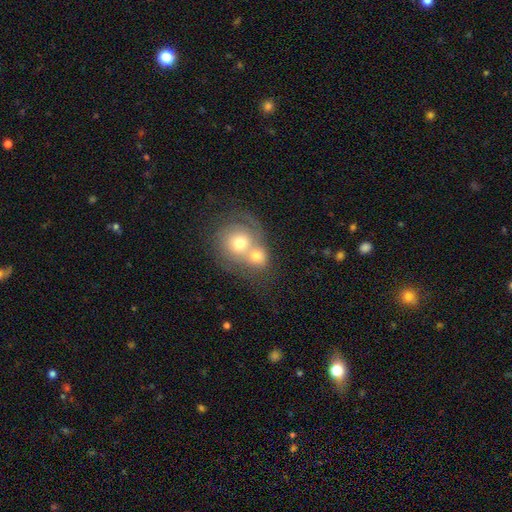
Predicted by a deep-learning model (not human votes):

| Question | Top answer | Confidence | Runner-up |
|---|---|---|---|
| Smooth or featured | smooth | 54% | featured or disk (37%) |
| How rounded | round | 76% | in between (23%) |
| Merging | merger | 70% | none (19%) |